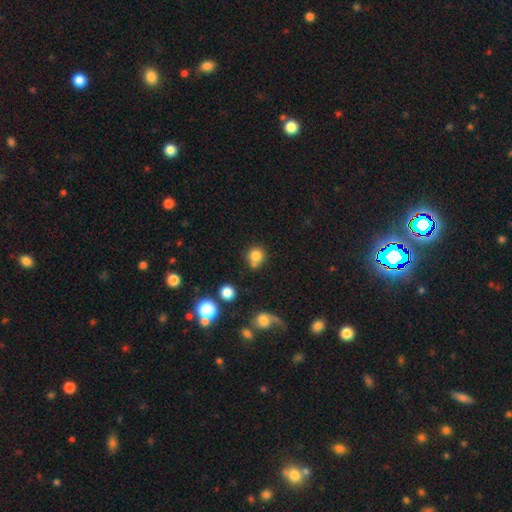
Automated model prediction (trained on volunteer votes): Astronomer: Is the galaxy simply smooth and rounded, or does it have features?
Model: smooth — 80%.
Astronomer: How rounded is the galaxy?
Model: round — 86%.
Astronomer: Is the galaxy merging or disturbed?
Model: none — 59%.